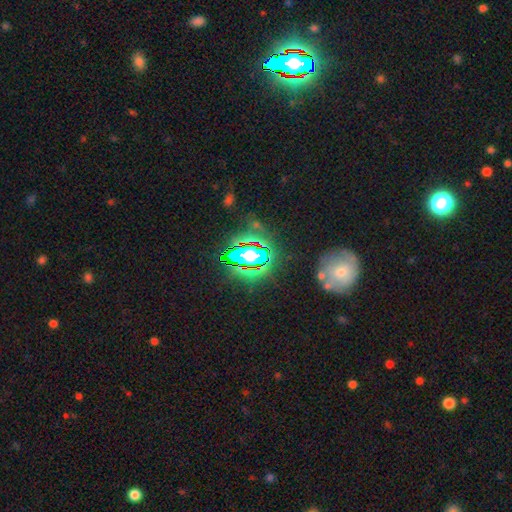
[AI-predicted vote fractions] Q: Smooth or featured?
A: star or artifact (62%); runner-up: smooth (21%)